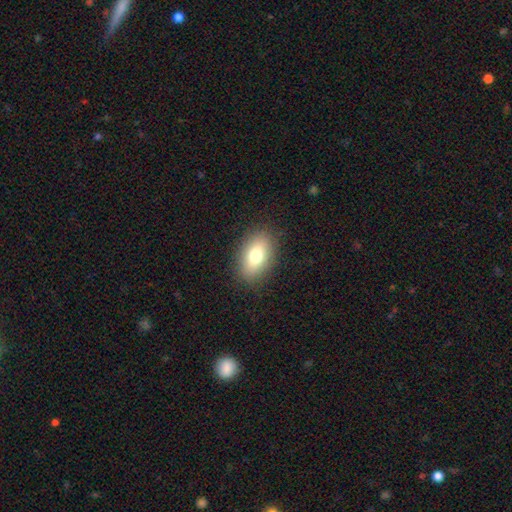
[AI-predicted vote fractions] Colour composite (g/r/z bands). It shows a smooth galaxy with no disk features (75%) that is in between round and cigar-shaped (87%). Merging: none (87%).